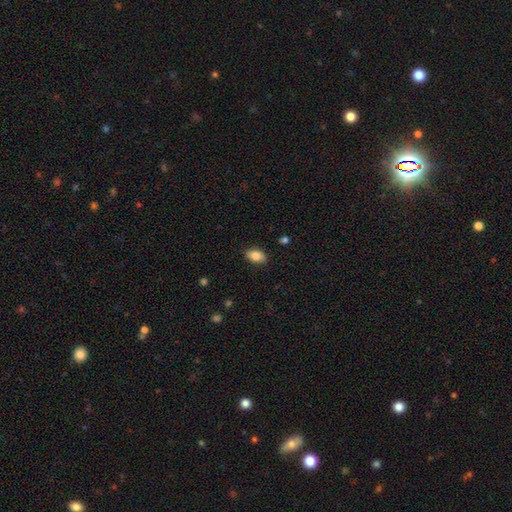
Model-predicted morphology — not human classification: A smooth galaxy with no disk features (82%) that is in between round and cigar-shaped (89%). Merging: none (86%).